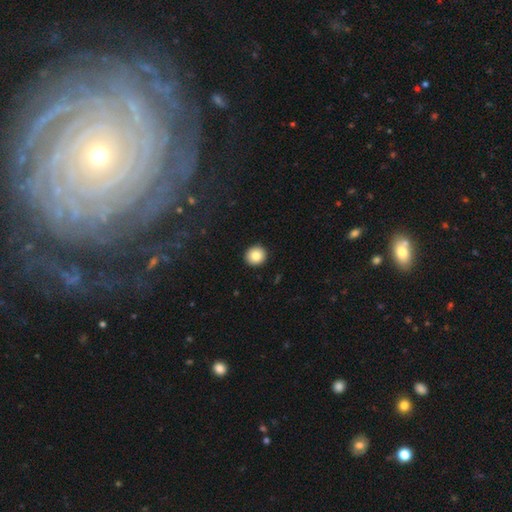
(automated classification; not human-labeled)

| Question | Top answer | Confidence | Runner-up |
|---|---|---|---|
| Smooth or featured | smooth | 84% | star or artifact (9%) |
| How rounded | round | 90% | in between (9%) |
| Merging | none | 93% | minor disturbance (4%) |